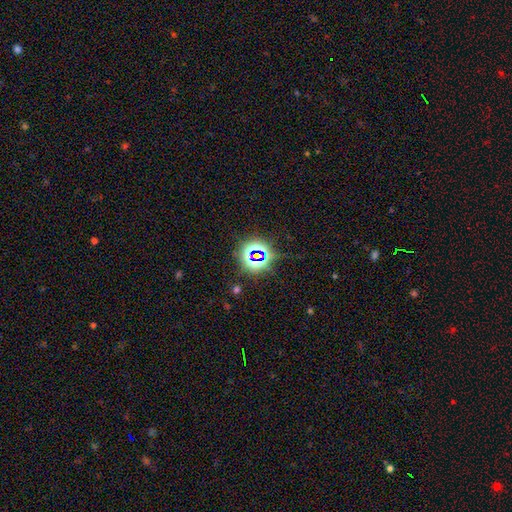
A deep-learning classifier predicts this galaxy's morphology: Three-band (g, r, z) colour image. It shows a star or artifact, not a galaxy (74%).